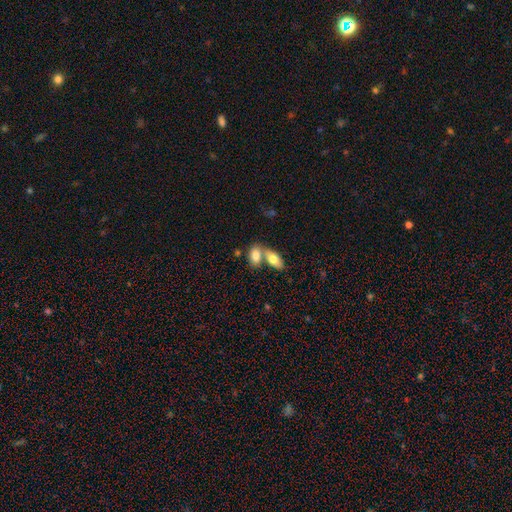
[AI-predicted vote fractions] This appears to be a smooth galaxy with no disk features (77%) that is in between round and cigar-shaped (89%). Merging: merger (61%).